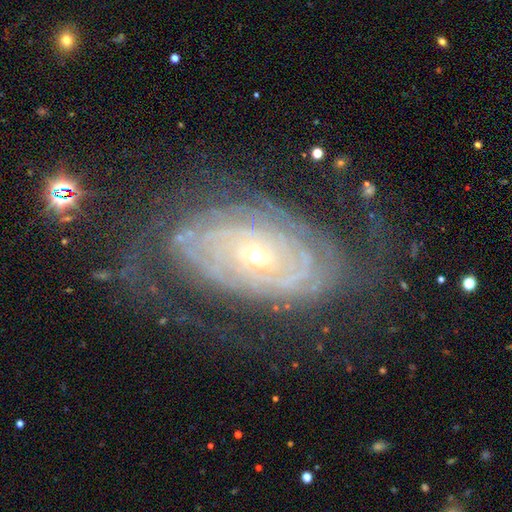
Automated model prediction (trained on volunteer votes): This is clearly a featured or disk galaxy (87%). It is clearly not viewed edge-on (95%). Bar: likely no (71%). Spiral arm pattern: clearly yes (94%). Spiral arm count: marginally can't tell (41%). Spiral winding: clearly tight (80%). Central bulge: likely small (69%). Merging: likely none (66%).